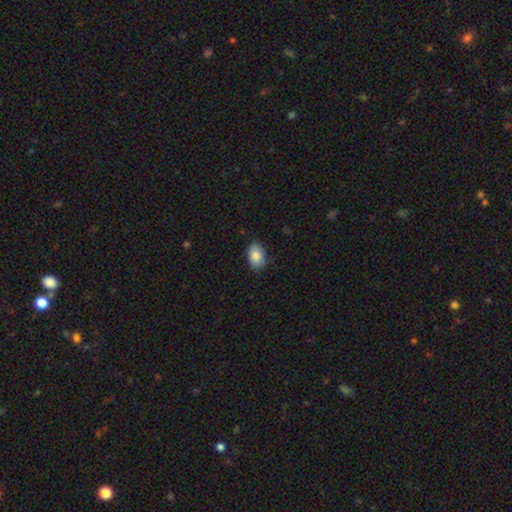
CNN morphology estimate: Overall: smooth (86%). How rounded: in between (87%). Merging: none (84%).